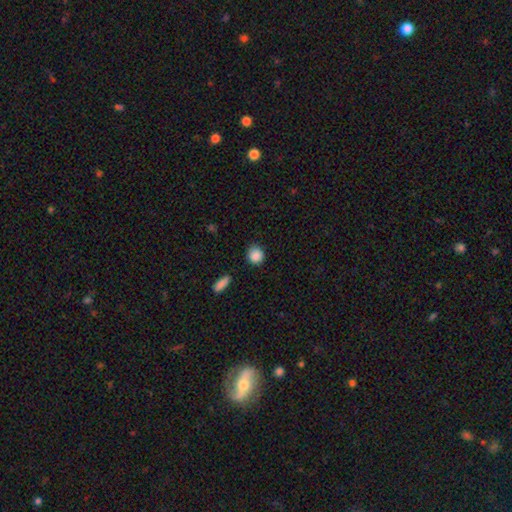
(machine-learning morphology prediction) Smooth or featured: smooth — 88% (star or artifact — 8%)
How rounded: round — 79% (in between — 20%)
Merging: none — 78% (minor disturbance — 17%)